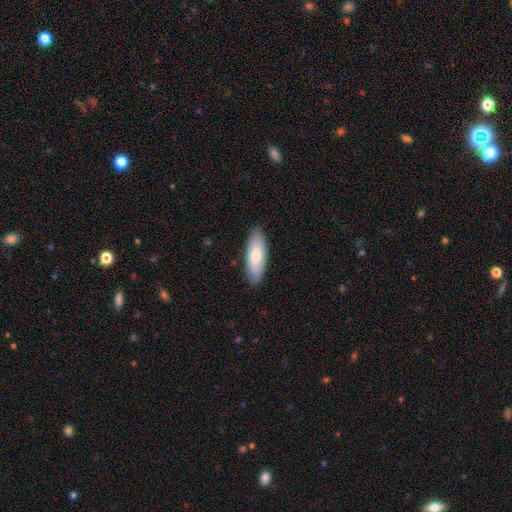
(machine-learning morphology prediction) Smooth or featured? Predicted: smooth (p=0.73). How rounded? Predicted: in between (p=0.67). Merging? Predicted: none (p=0.86).